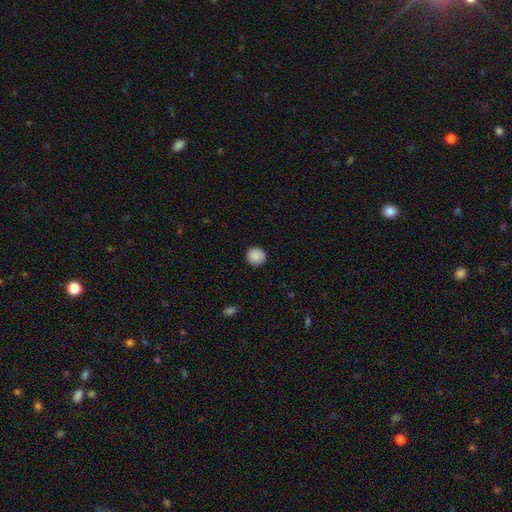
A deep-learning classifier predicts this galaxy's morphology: smooth 89%, star or artifact 8%, featured or disk 2%. Down the decision tree: how rounded — round (91%); merging — none (91%).